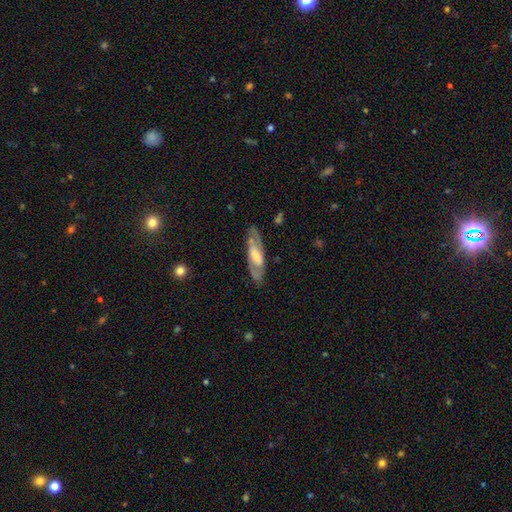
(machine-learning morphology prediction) Smooth or featured? Predicted: featured or disk (p=0.67). Edge-on disk? Predicted: no (p=0.77). Bar? Predicted: weak (p=0.39). Spiral arms? Predicted: yes (p=0.74). Bulge size? Predicted: moderate (p=0.43). Merging? Predicted: none (p=0.79).